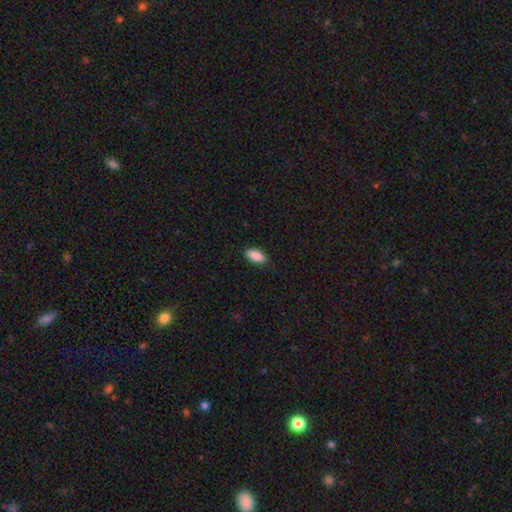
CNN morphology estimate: The model was most divided on "merging": none: 87%, minor disturbance: 10%, major disturbance: 2%, merger: 1%. More confident: smooth or featured — smooth (90%); how rounded — in between (88%).